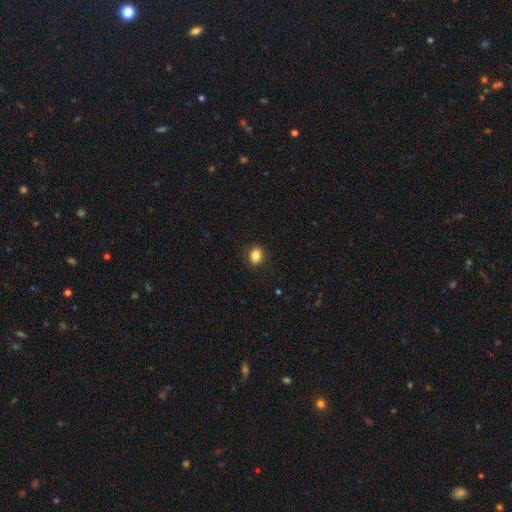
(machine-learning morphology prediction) Overall: smooth (84%). How rounded: in between (50%; round 49%). Merging: none (89%).